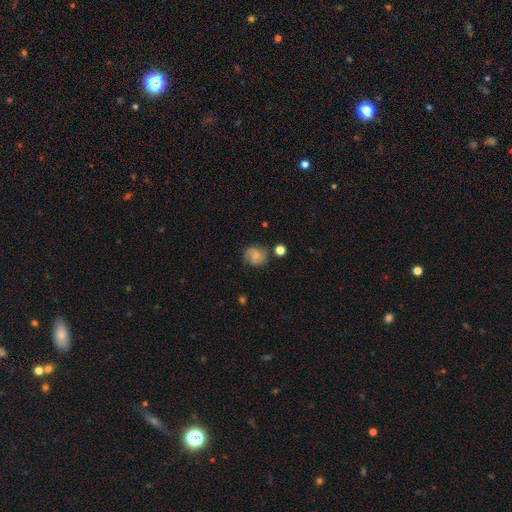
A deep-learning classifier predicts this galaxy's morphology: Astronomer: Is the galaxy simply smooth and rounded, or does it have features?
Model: smooth — 46% (runner-up: featured or disk, 44%).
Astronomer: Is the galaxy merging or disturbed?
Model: none — 72%.